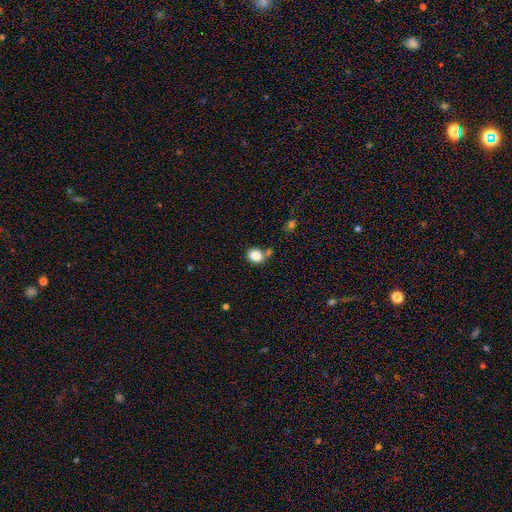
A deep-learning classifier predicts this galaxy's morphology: smooth-or-featured: smooth: 85% | star or artifact: 10% | featured or disk: 5%
  how-rounded: round: 59% | in between: 40% | cigar-shaped: 1%
  merging: none: 65% | merger: 16% | minor disturbance: 14% | major disturbance: 4%